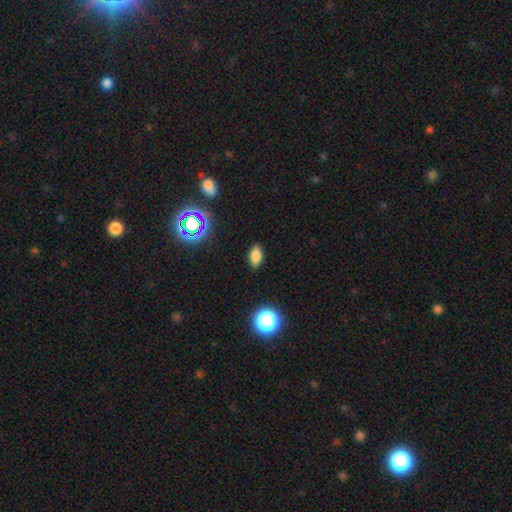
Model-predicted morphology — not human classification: Smooth or featured? smooth (77%)
How rounded? in between (88%)
Merging? none (86%)